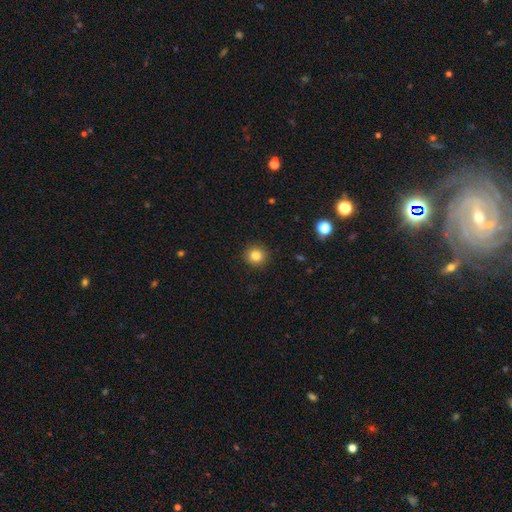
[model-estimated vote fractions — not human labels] Smooth or featured: smooth — 83% (star or artifact — 11%)
How rounded: round — 91% (in between — 8%)
Merging: none — 91% (minor disturbance — 6%)